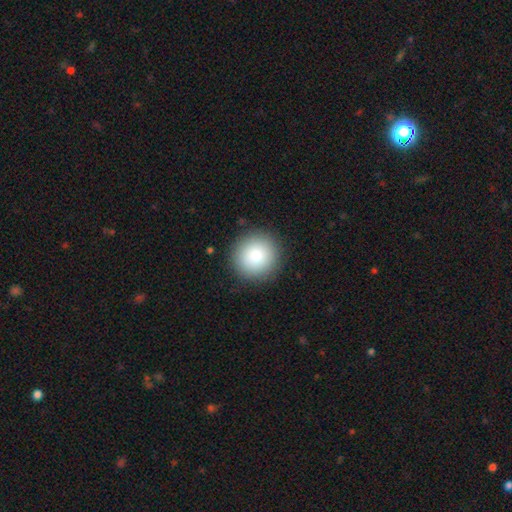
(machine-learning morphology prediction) smooth 84%, star or artifact 9%, featured or disk 7%. Down the decision tree: how rounded — round (95%); merging — none (90%).